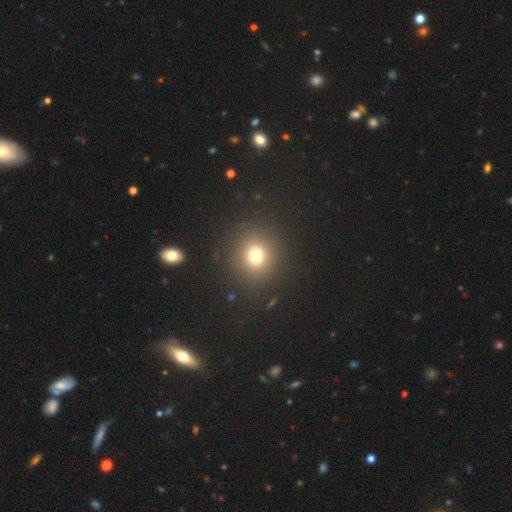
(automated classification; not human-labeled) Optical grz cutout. It shows a smooth galaxy with no disk features (73%) that is round (89%). Merging: none (88%).